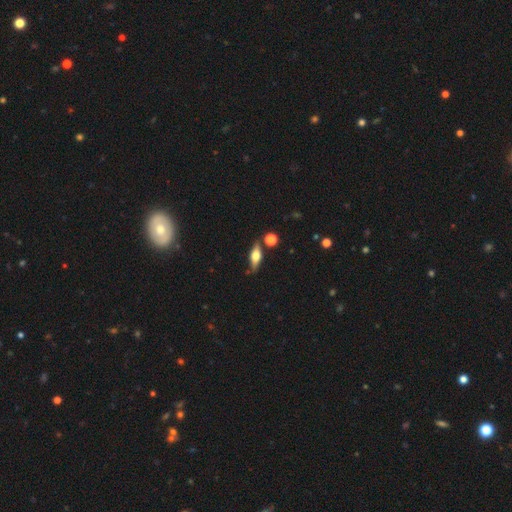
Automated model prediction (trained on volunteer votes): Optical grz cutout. It shows a featured or disk galaxy (48%). Merging: none (77%).